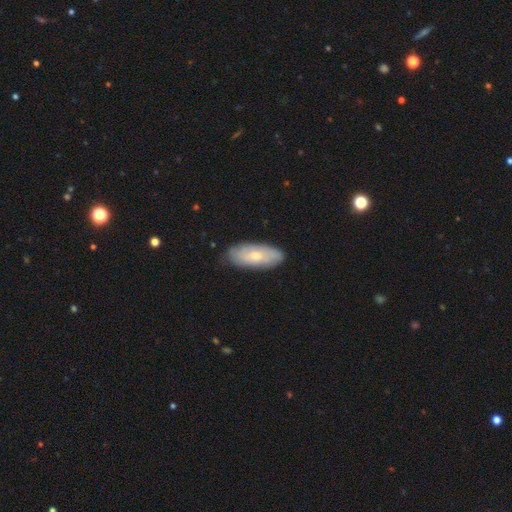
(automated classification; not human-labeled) Overall: smooth (53%; featured or disk 41%). How rounded: in between (83%). Merging: none (81%).